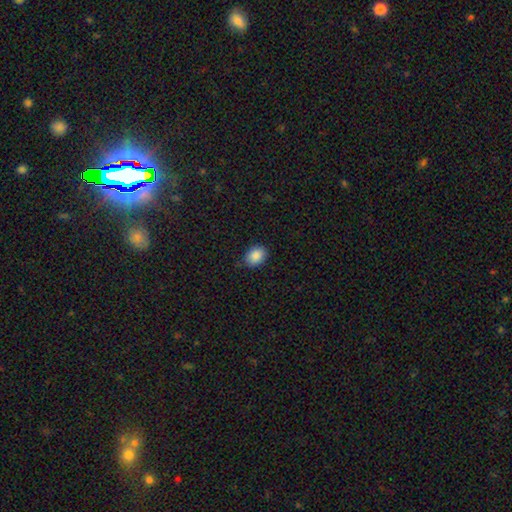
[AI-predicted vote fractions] smooth_or_featured: smooth (p=0.88) [alt: star or artifact p=0.08]
how_rounded: in between (p=0.65) [alt: round p=0.34]
merging: none (p=0.84) [alt: minor disturbance p=0.13]